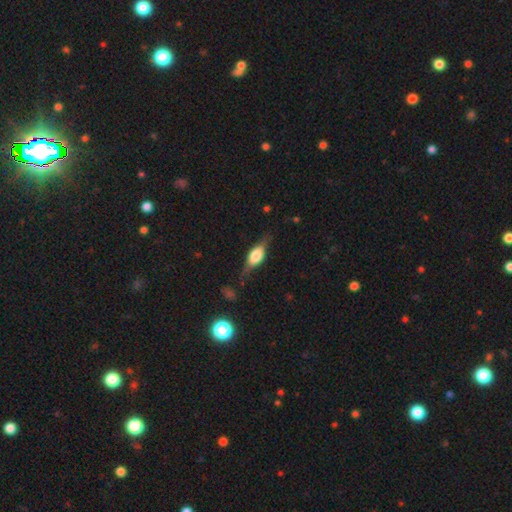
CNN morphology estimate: Overall: featured or disk (54%; smooth 38%). Edge-on disk: yes (91%). Merging: none (69%).